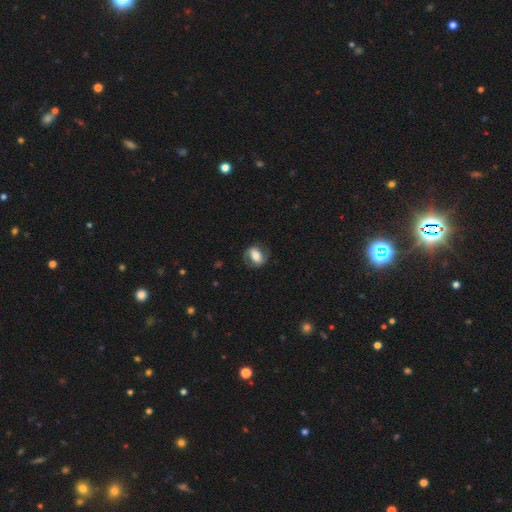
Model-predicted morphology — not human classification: Smooth or featured: featured or disk — 51% (smooth — 42%)
Edge-on disk: no — 94% (yes — 6%)
Merging: none — 75% (minor disturbance — 16%)